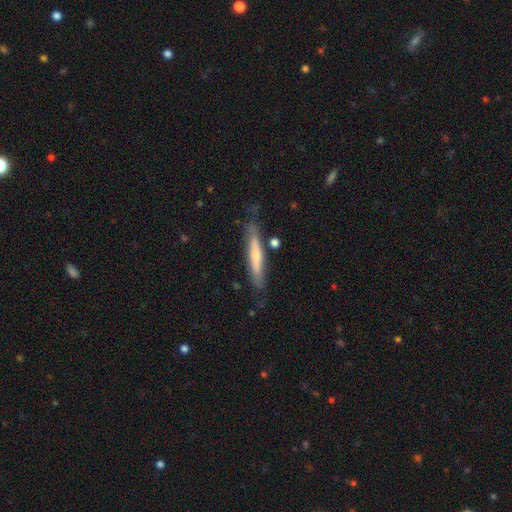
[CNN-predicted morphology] This is possibly a smooth galaxy (51%). How rounded: clearly cigar-shaped (92%). Merging: likely none (75%).